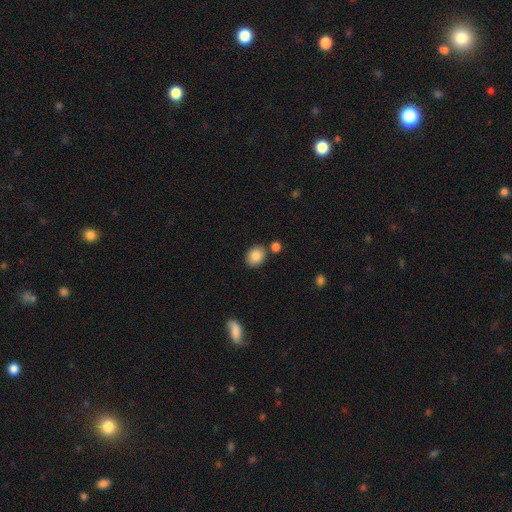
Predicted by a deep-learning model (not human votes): Smooth or featured? smooth (85%)
How rounded? in between (54%)
Merging? none (77%)